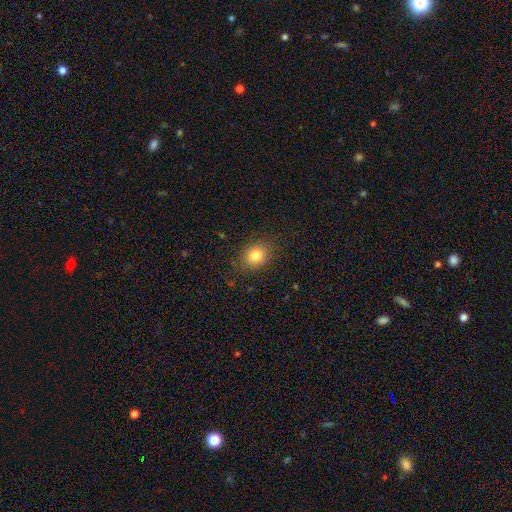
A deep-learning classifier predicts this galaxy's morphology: smooth 82%, star or artifact 11%, featured or disk 8%. Down the decision tree: how rounded — round (58%); merging — none (84%).